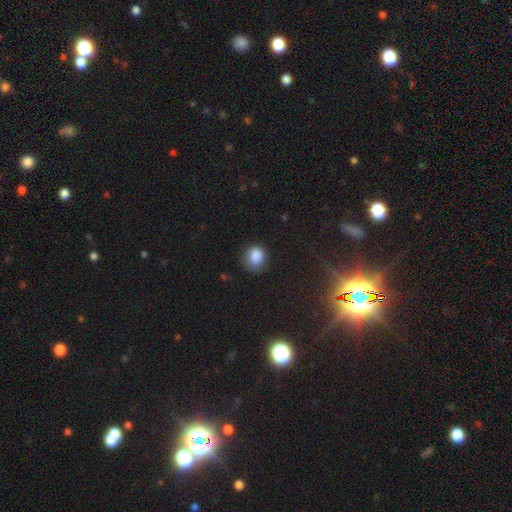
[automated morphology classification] smooth-or-featured: smooth: 85% | star or artifact: 10% | featured or disk: 5%
  how-rounded: round: 53% | in between: 46% | cigar-shaped: 1%
  merging: none: 67% | minor disturbance: 24% | major disturbance: 7% | merger: 2%